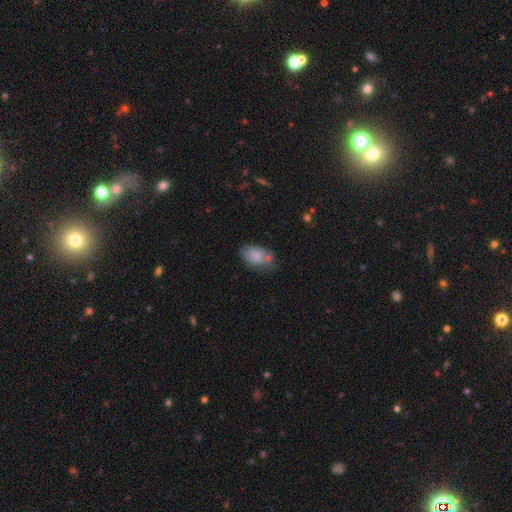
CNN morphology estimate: smooth-or-featured: smooth: 83% | featured or disk: 10% | star or artifact: 8%
  how-rounded: in between: 87% | round: 12% | cigar-shaped: 1%
  merging: none: 54% | minor disturbance: 25% | merger: 14% | major disturbance: 8%